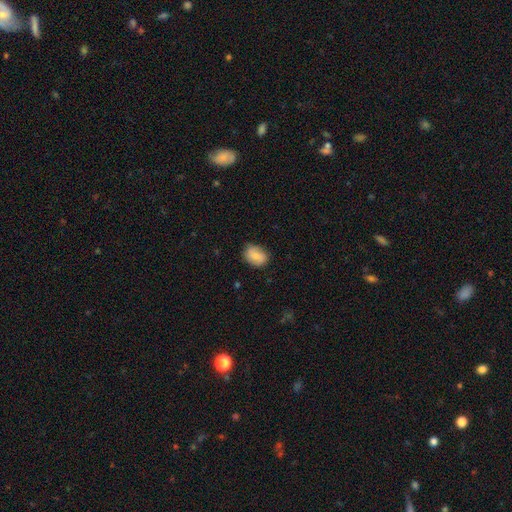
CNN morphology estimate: The model was most divided on "how rounded": in between: 60%, round: 39%, cigar-shaped: 1%. More confident: merging — none (78%); smooth or featured — smooth (77%).